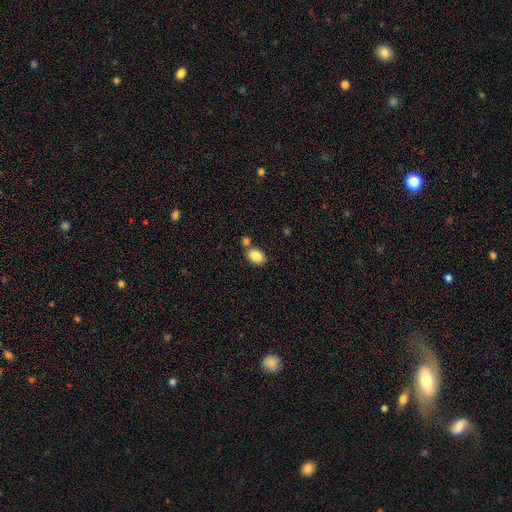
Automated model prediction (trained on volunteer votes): This is clearly a smooth galaxy (86%). How rounded: likely in between (76%). Merging: likely none (60%).